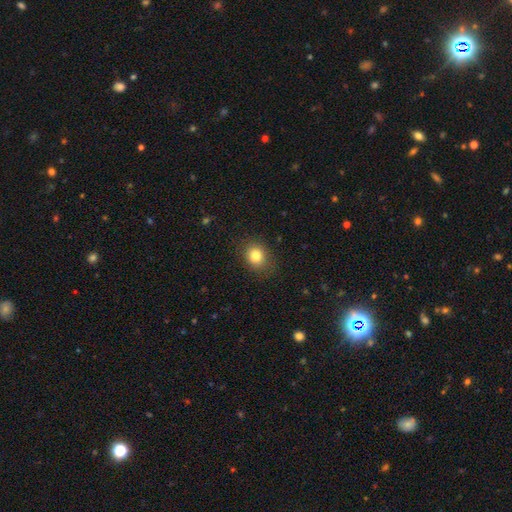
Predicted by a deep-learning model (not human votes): This is clearly a smooth galaxy (81%). How rounded: possibly round (59%). Merging: clearly none (83%).